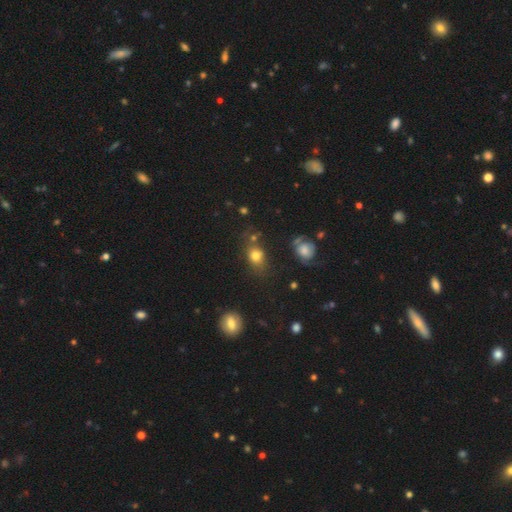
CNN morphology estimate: Smooth or featured? Predicted: smooth (p=0.75). How rounded? Predicted: in between (p=0.52). Merging? Predicted: none (p=0.64).